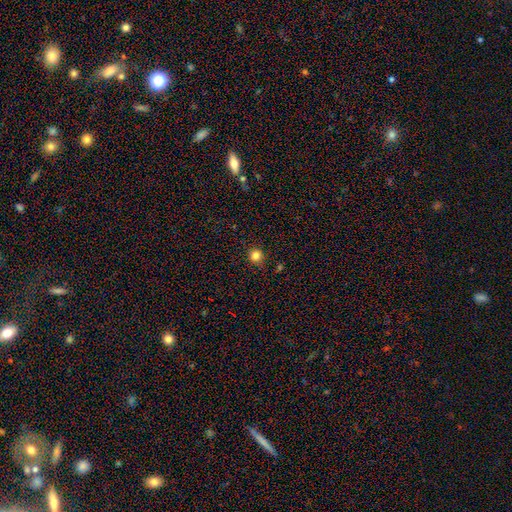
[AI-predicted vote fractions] smooth-or-featured: smooth: 83% | star or artifact: 13% | featured or disk: 4%
  how-rounded: round: 91% | in between: 8% | cigar-shaped: 1%
  merging: none: 88% | minor disturbance: 8% | major disturbance: 2% | merger: 1%